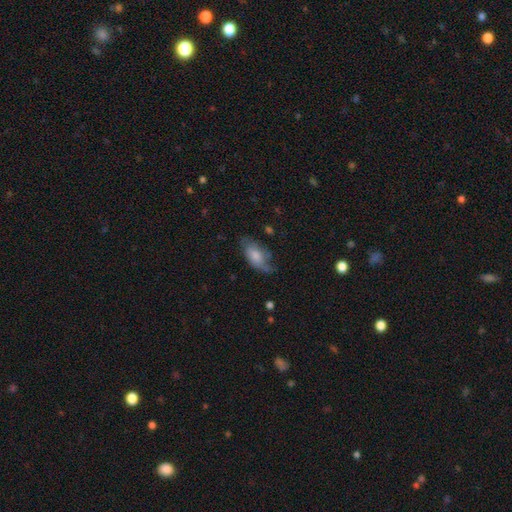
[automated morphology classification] Overall: smooth (66%; featured or disk 28%). How rounded: in between (90%). Merging: none (49%; minor disturbance 33%).